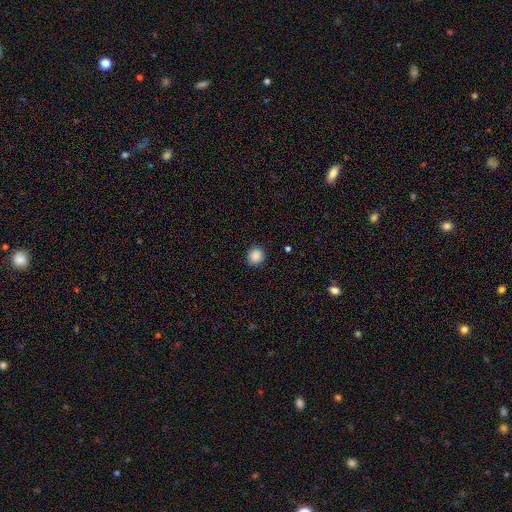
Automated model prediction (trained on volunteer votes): smooth-or-featured: smooth: 88% | star or artifact: 9% | featured or disk: 3%
  how-rounded: round: 87% | in between: 12% | cigar-shaped: 1%
  merging: none: 90% | minor disturbance: 7% | major disturbance: 2% | merger: 1%